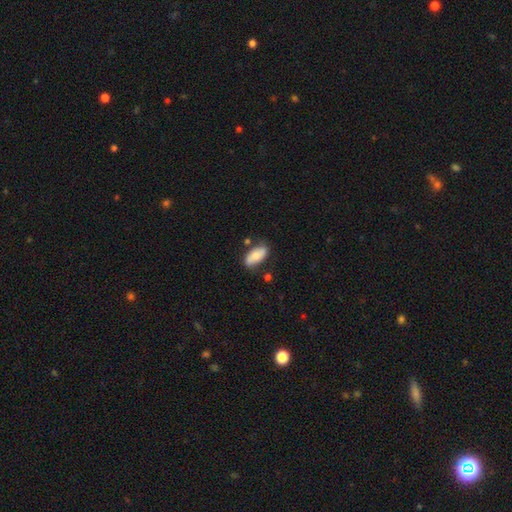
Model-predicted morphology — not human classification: A smooth galaxy with no disk features (65%) that is in between round and cigar-shaped (90%).

Vote fractions:
- Smooth or featured? smooth: 65% / featured or disk: 29% / star or artifact: 6%
- How rounded? in between: 90% / cigar-shaped: 6% / round: 3%
- Merging? none: 71% / minor disturbance: 19% / merger: 5% / major disturbance: 4%